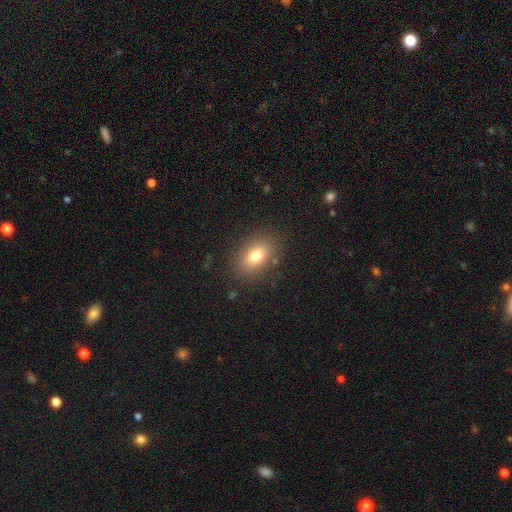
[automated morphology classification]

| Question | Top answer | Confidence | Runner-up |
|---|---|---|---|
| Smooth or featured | smooth | 78% | featured or disk (12%) |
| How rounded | in between | 80% | round (18%) |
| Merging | none | 85% | minor disturbance (10%) |